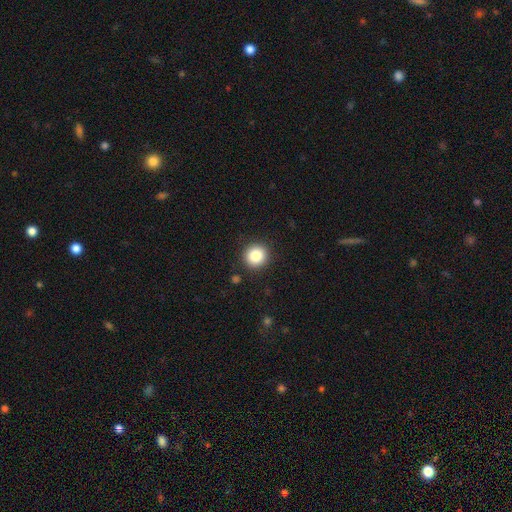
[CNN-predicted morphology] Smooth or featured?
  - smooth: 86% *
  - star or artifact: 9%
  - featured or disk: 4%
How rounded?
  - round: 91% *
  - in between: 8%
  - cigar-shaped: 1%
Merging?
  - none: 90% *
  - minor disturbance: 6%
  - major disturbance: 2%
  - merger: 1%